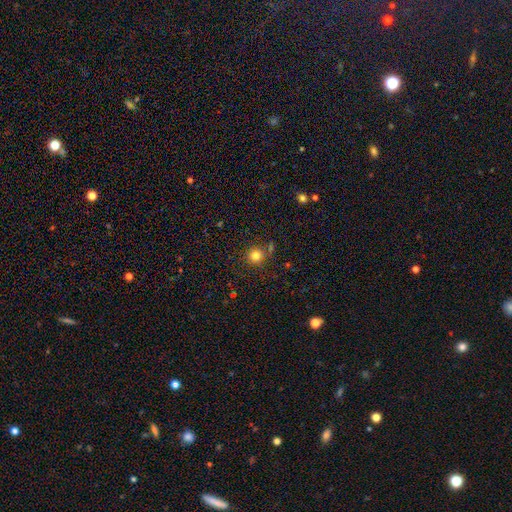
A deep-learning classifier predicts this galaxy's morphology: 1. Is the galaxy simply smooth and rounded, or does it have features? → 80% smooth, 14% star or artifact, 6% featured or disk.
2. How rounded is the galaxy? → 93% round, 6% in between, 1% cigar-shaped.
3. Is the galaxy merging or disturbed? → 81% none, 9% minor disturbance, 7% merger, 3% major disturbance.